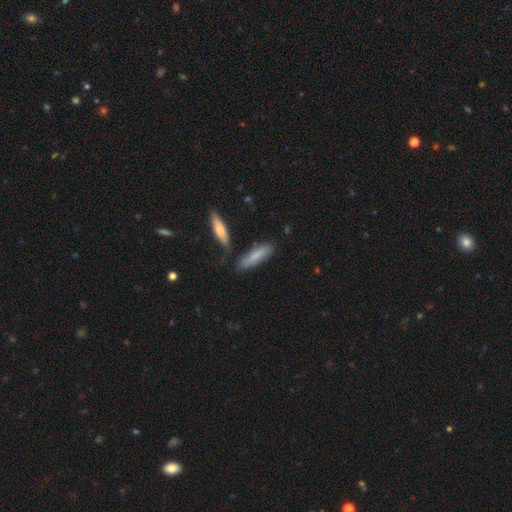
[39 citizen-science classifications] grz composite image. It shows a smooth galaxy with no disk features (82%) that is cigar-shaped (62%). Merging: none (86%).